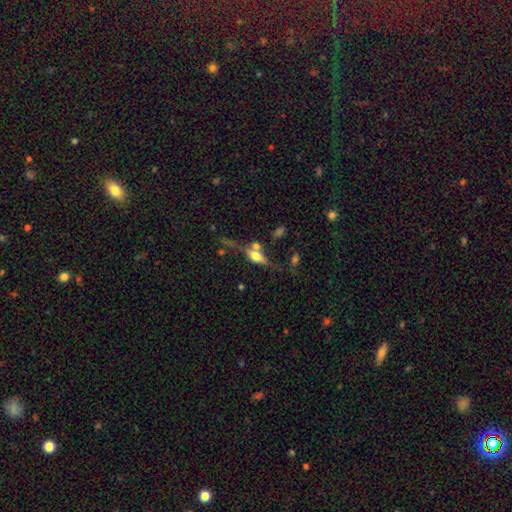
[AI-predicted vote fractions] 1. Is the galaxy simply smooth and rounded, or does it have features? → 53% featured or disk, 37% smooth, 10% star or artifact.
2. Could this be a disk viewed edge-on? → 85% yes, 15% no.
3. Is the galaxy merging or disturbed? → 51% none, 22% merger, 17% minor disturbance, 11% major disturbance.